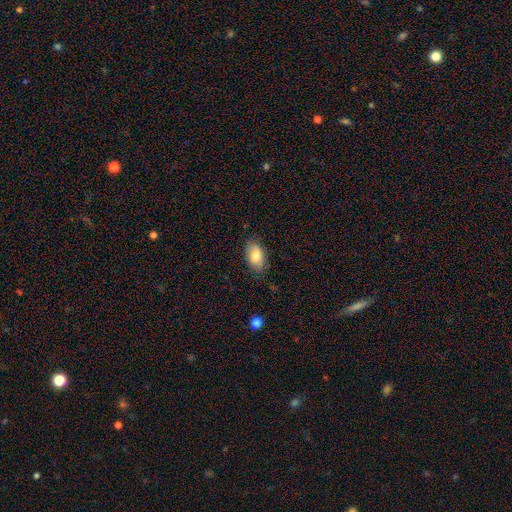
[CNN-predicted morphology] type=smooth (80%); roundness=in between (92%); merging=none (79%).